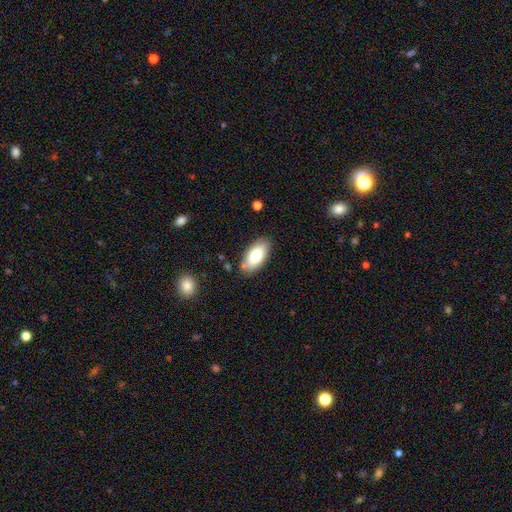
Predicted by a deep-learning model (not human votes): Smooth or featured?
  - smooth: 78% *
  - featured or disk: 15%
  - star or artifact: 7%
How rounded?
  - in between: 92% *
  - cigar-shaped: 6%
  - round: 2%
Merging?
  - none: 83% *
  - minor disturbance: 12%
  - major disturbance: 3%
  - merger: 2%